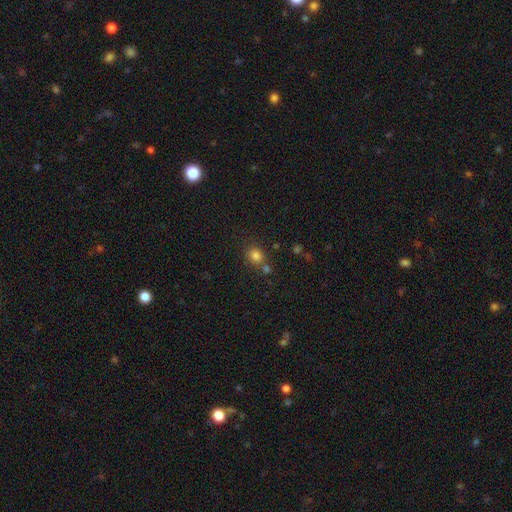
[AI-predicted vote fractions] Morphology: type=smooth (80%); roundness=round (77%); merging=none (66%).